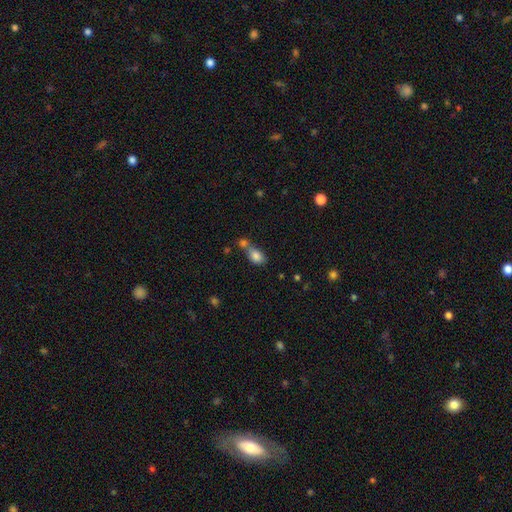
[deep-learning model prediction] This is clearly a smooth galaxy (82%). How rounded: likely in between (77%). Merging: possibly merger (49%).